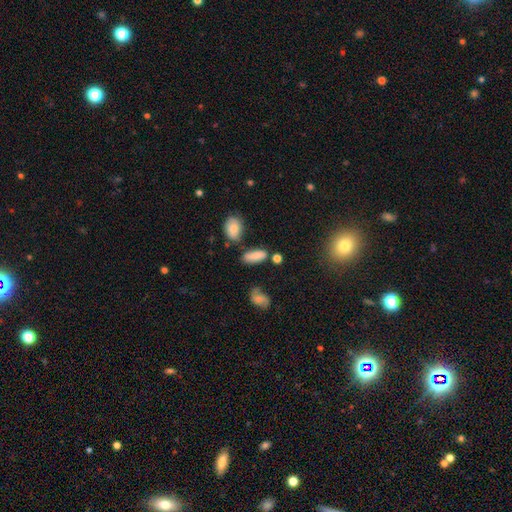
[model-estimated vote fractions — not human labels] A smooth galaxy with no disk features (80%) that is in between round and cigar-shaped (72%). Merging: none (62%).